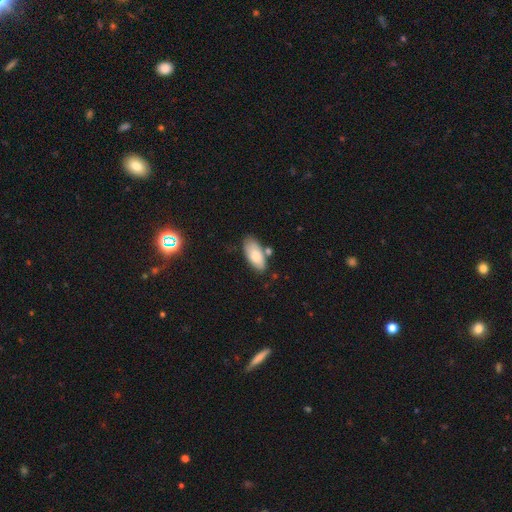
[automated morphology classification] Smooth or featured?
  - smooth: 81% *
  - featured or disk: 13%
  - star or artifact: 6%
How rounded?
  - in between: 90% *
  - cigar-shaped: 8%
  - round: 2%
Merging?
  - none: 69% *
  - minor disturbance: 17%
  - merger: 10%
  - major disturbance: 4%